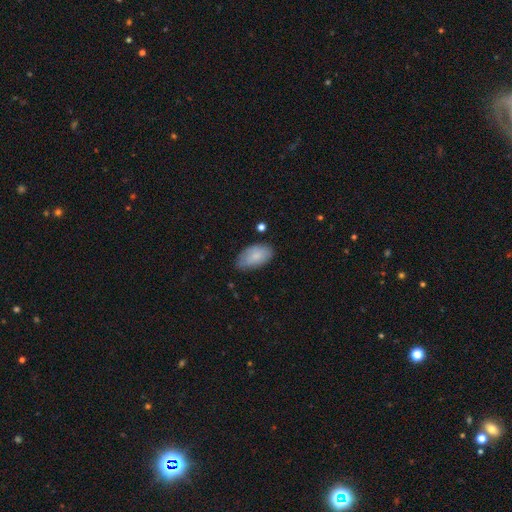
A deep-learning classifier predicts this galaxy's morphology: smooth_or_featured: smooth (p=0.81) [alt: featured or disk p=0.13]
how_rounded: in between (p=0.94) [alt: round p=0.03]
merging: none (p=0.70) [alt: minor disturbance p=0.23]